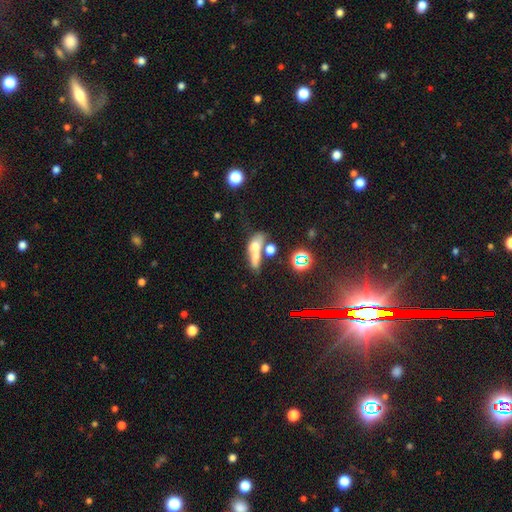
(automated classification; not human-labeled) A smooth galaxy with no disk features (54%) that is in between round and cigar-shaped (56%).

Vote fractions:
- Smooth or featured? smooth: 54% / featured or disk: 29% / star or artifact: 17%
- How rounded? in between: 56% / cigar-shaped: 26% / round: 18%
- Merging? merger: 55% / none: 25% / minor disturbance: 11% / major disturbance: 10%